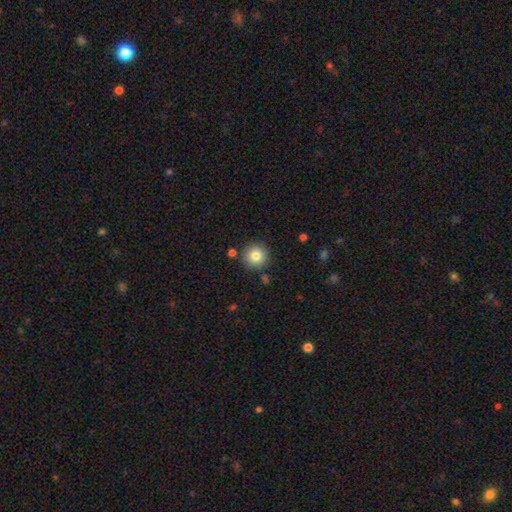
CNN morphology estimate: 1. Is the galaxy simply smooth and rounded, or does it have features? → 82% smooth, 10% star or artifact, 8% featured or disk.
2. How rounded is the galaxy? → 95% round, 4% in between, 1% cigar-shaped.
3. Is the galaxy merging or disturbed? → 87% none, 7% minor disturbance, 4% merger, 2% major disturbance.